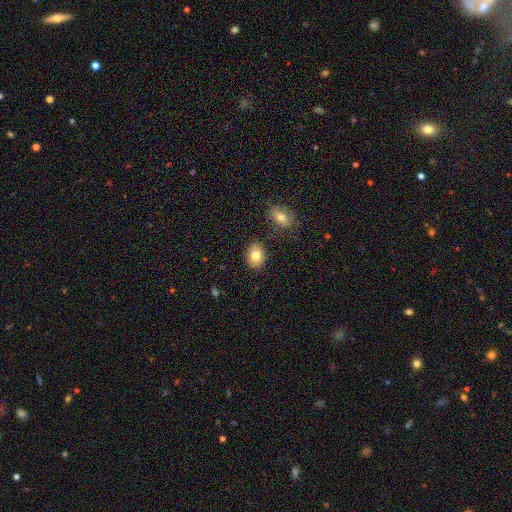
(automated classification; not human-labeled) Smooth or featured? smooth (81%)
How rounded? in between (62%)
Merging? none (86%)